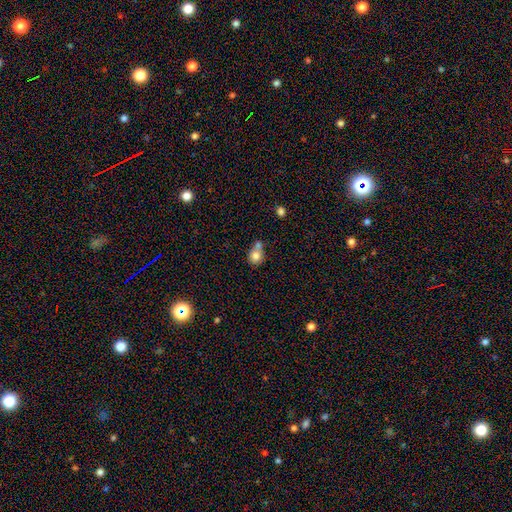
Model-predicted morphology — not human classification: type=smooth (77%); roundness=round (78%); merging=merger (44%).